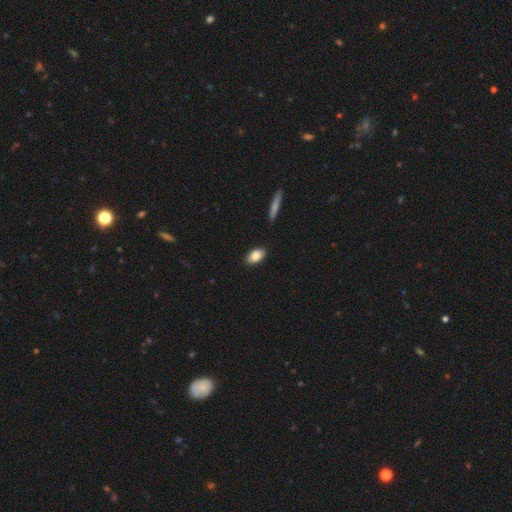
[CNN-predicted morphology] Smooth or featured?
  - smooth: 84% *
  - featured or disk: 9%
  - star or artifact: 7%
How rounded?
  - in between: 91% *
  - round: 6%
  - cigar-shaped: 3%
Merging?
  - none: 89% *
  - minor disturbance: 8%
  - major disturbance: 2%
  - merger: 1%